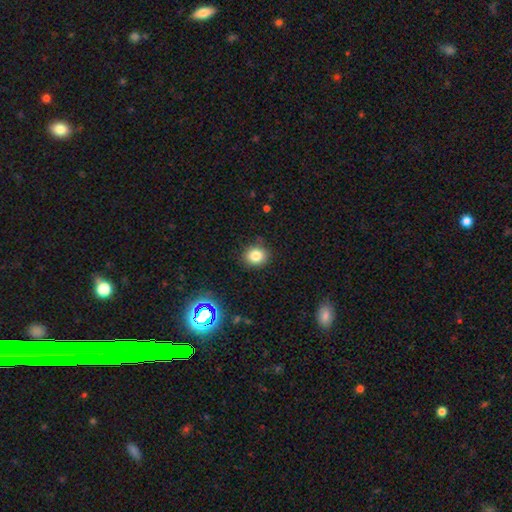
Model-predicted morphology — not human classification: smooth 81%, star or artifact 13%, featured or disk 6%. Down the decision tree: how rounded — round (78%); merging — none (86%).